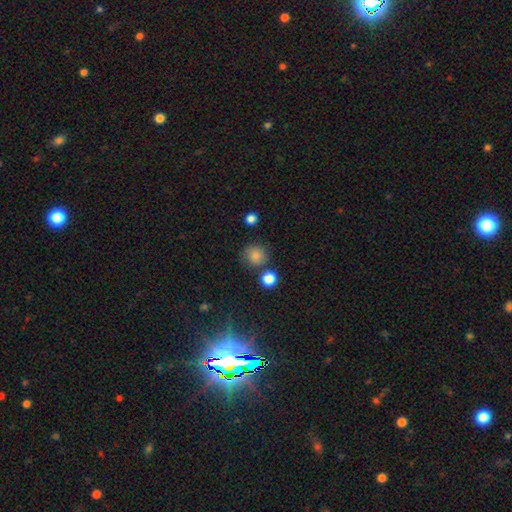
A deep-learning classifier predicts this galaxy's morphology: smooth 82%, star or artifact 12%, featured or disk 6%. Down the decision tree: how rounded — round (90%); merging — none (77%).